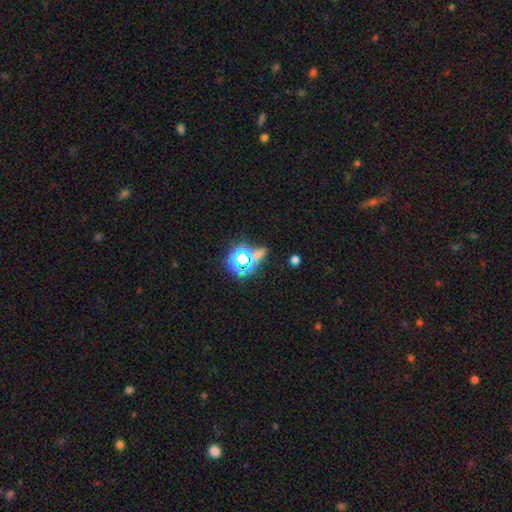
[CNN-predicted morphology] This appears to be a star or artifact, not a galaxy (58%).